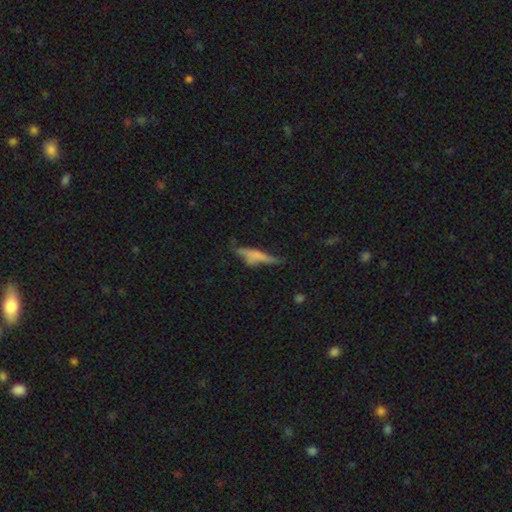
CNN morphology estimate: smooth-or-featured: smooth: 56% | featured or disk: 34% | star or artifact: 10%
  how-rounded: cigar-shaped: 80% | in between: 17% | round: 3%
  merging: none: 51% | minor disturbance: 26% | major disturbance: 14% | merger: 9%